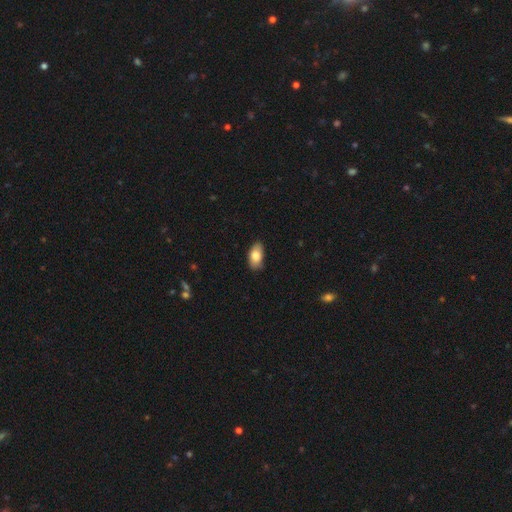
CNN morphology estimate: Smooth or featured? Predicted: smooth (p=0.81). How rounded? Predicted: in between (p=0.92). Merging? Predicted: none (p=0.81).